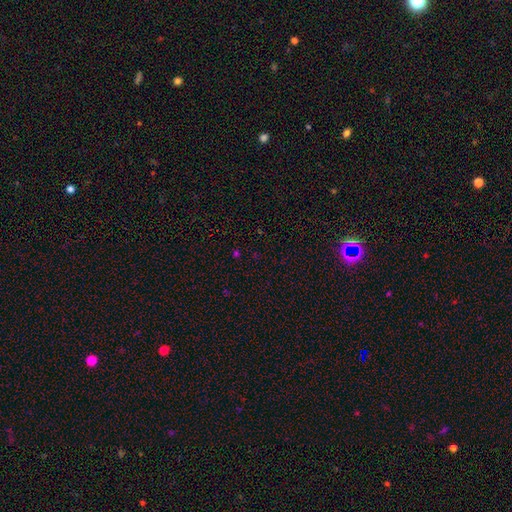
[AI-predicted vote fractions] A star or artifact, not a galaxy (60%).

Vote fractions:
- Smooth or featured? star or artifact: 60% / smooth: 33% / featured or disk: 7%